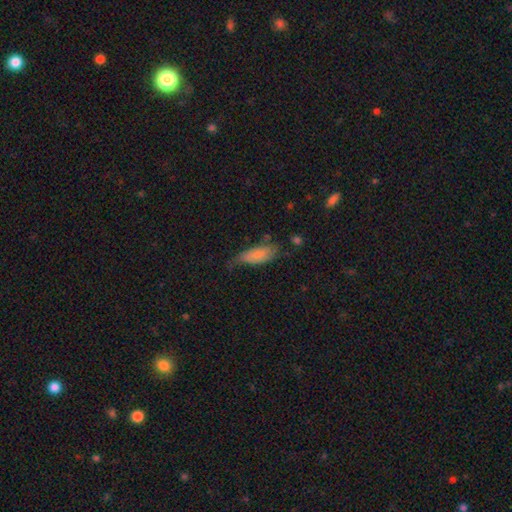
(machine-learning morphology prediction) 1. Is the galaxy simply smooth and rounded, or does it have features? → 76% smooth, 18% featured or disk, 7% star or artifact.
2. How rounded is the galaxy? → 77% in between, 21% cigar-shaped, 2% round.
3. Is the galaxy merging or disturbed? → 40% minor disturbance, 38% none, 18% major disturbance, 4% merger.